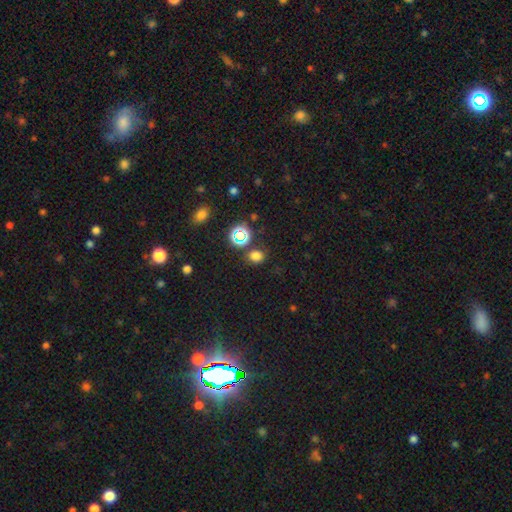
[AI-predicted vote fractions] Smooth or featured?
  - smooth: 67% *
  - star or artifact: 27%
  - featured or disk: 5%
How rounded?
  - round: 65% *
  - in between: 34%
  - cigar-shaped: 1%
Merging?
  - none: 78% *
  - minor disturbance: 12%
  - merger: 6%
  - major disturbance: 4%